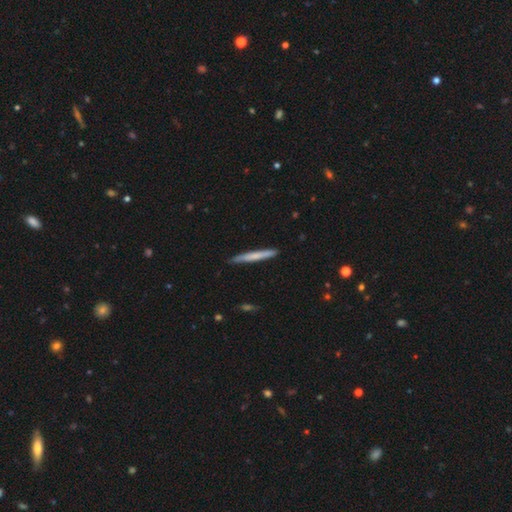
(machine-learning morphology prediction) Q: Smooth or featured?
A: smooth (61%); runner-up: featured or disk (33%)
Q: How rounded?
A: cigar-shaped (97%); runner-up: in between (2%)
Q: Merging?
A: none (89%); runner-up: minor disturbance (9%)